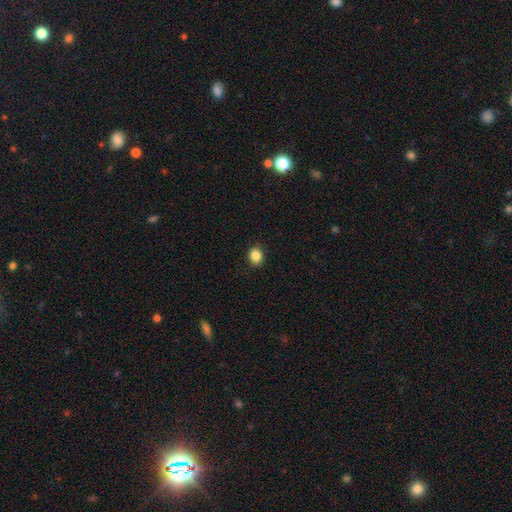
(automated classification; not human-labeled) A smooth galaxy with no disk features (86%) that is round (63%).

Vote fractions:
- Smooth or featured? smooth: 86% / star or artifact: 10% / featured or disk: 4%
- How rounded? round: 63% / in between: 36% / cigar-shaped: 1%
- Merging? none: 89% / minor disturbance: 8% / major disturbance: 2% / merger: 1%